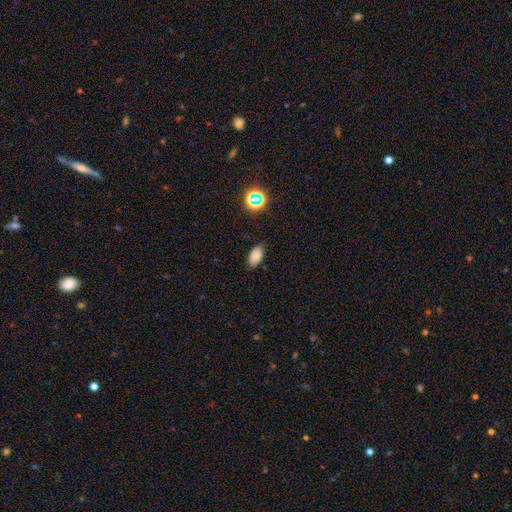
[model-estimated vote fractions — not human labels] smooth-or-featured: smooth: 79% | star or artifact: 14% | featured or disk: 7%
  how-rounded: in between: 92% | round: 6% | cigar-shaped: 2%
  merging: none: 80% | minor disturbance: 16% | major disturbance: 3% | merger: 1%